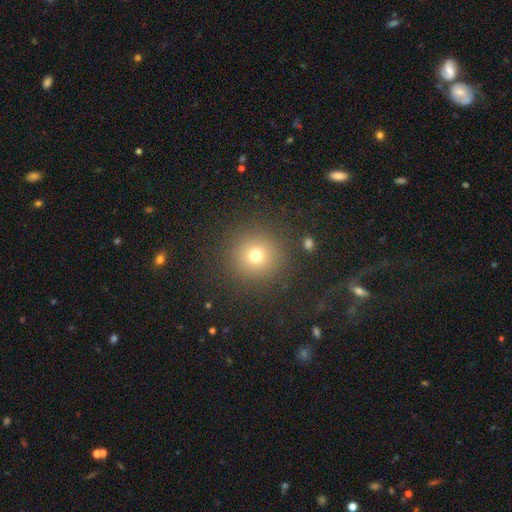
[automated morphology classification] This is likely a smooth galaxy (74%). How rounded: clearly round (94%). Merging: clearly none (89%).